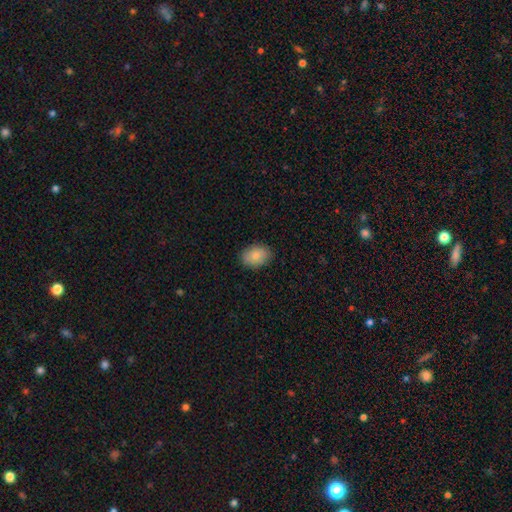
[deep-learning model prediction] Smooth or featured?
  - smooth: 86% *
  - star or artifact: 7%
  - featured or disk: 7%
How rounded?
  - in between: 78% *
  - round: 21%
  - cigar-shaped: 1%
Merging?
  - none: 87% *
  - minor disturbance: 10%
  - major disturbance: 2%
  - merger: 1%